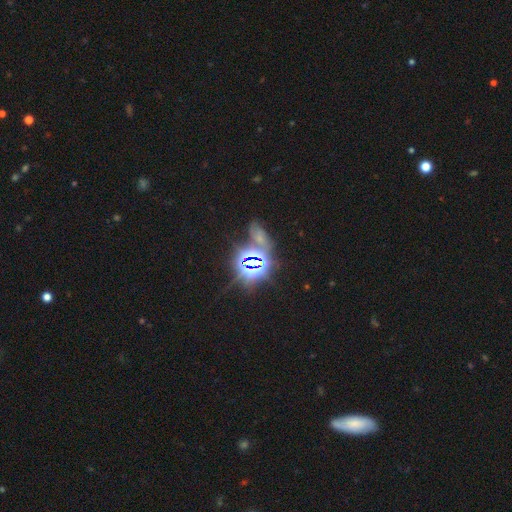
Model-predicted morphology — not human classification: A star or artifact, not a galaxy (77%).

Vote fractions:
- Smooth or featured? star or artifact: 77% / smooth: 14% / featured or disk: 9%